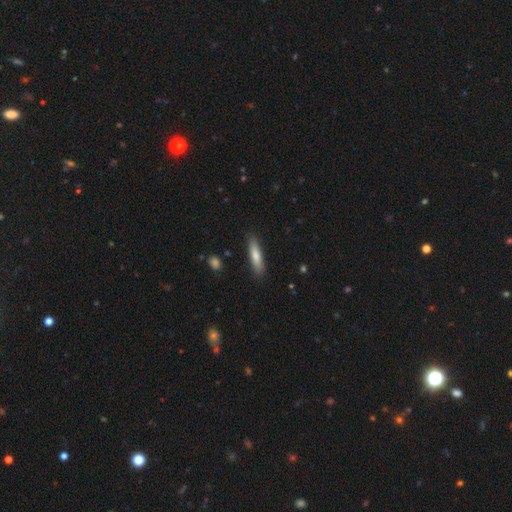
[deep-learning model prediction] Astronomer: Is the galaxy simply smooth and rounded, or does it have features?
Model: smooth — 75%.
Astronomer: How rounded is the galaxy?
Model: cigar-shaped — 77%.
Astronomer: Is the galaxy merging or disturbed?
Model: none — 87%.